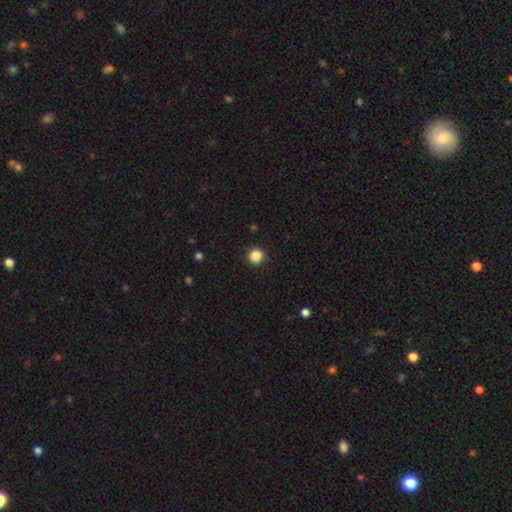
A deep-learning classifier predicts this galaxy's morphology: The model was most divided on "smooth or featured": smooth: 86%, star or artifact: 11%, featured or disk: 3%. More confident: how rounded — round (92%); merging — none (92%).